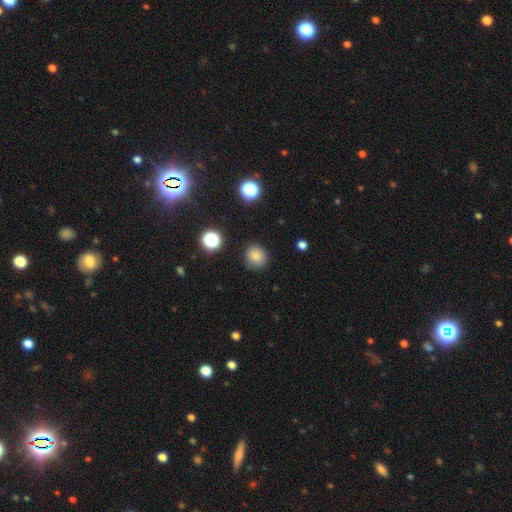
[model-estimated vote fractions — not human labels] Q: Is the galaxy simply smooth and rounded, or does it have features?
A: smooth — 81%.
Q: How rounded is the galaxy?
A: round — 84%.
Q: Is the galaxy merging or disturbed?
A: none — 85%.